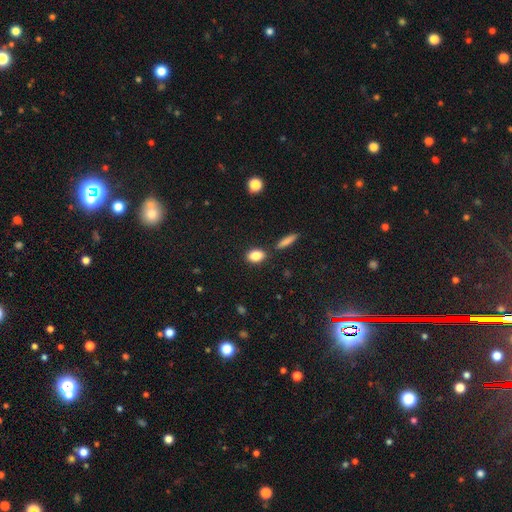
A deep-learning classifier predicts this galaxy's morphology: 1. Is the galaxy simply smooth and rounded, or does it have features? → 85% smooth, 8% star or artifact, 7% featured or disk.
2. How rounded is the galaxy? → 80% in between, 16% round, 4% cigar-shaped.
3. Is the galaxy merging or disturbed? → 81% none, 10% minor disturbance, 7% merger, 2% major disturbance.